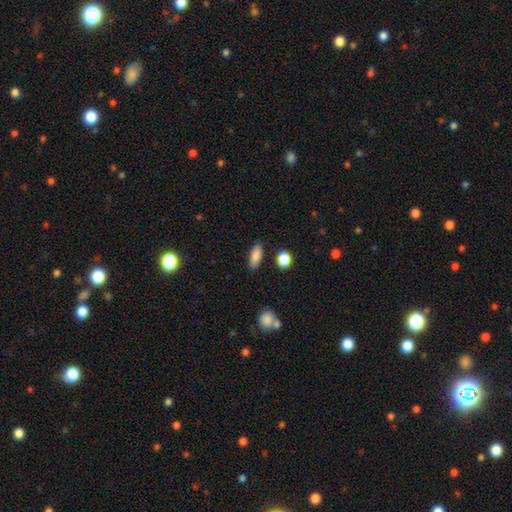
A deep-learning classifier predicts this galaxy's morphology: The model was most divided on "how rounded": in between: 75%, cigar-shaped: 21%, round: 4%. More confident: smooth or featured — smooth (86%); merging — none (85%).